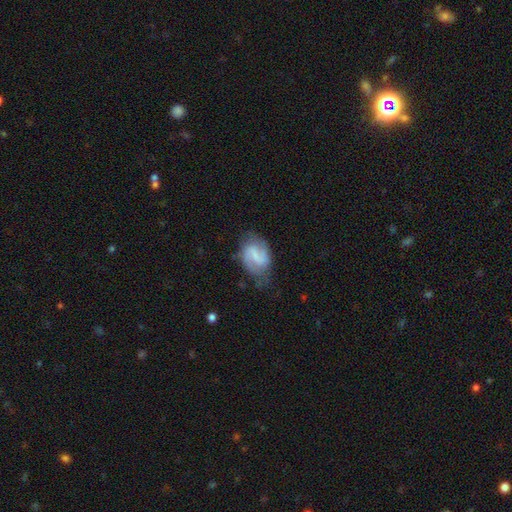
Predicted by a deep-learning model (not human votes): Q: Smooth or featured?
A: featured or disk (68%); runner-up: smooth (25%)
Q: Edge-on disk?
A: no (98%); runner-up: yes (2%)
Q: Bar?
A: weak (52%); runner-up: strong (28%)
Q: Spiral arms?
A: yes (91%); runner-up: no (9%)
Q: Spiral winding?
A: medium (48%); runner-up: loose (33%)
Q: Spiral arm count?
A: 2 (86%); runner-up: can't tell (7%)
Q: Bulge size?
A: small (43%); runner-up: none (36%)
Q: Merging?
A: none (62%); runner-up: minor disturbance (25%)